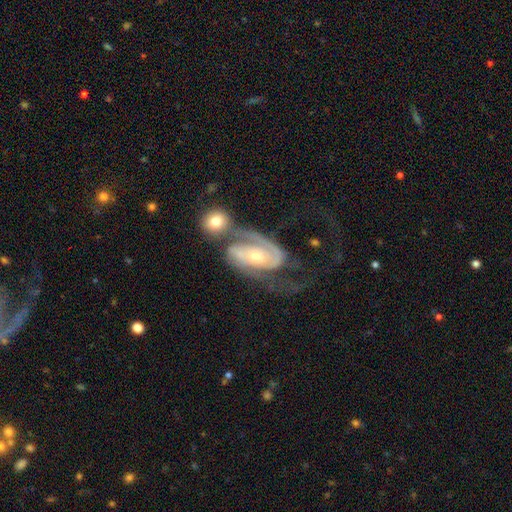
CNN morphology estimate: smooth_or_featured: featured or disk (p=0.86) [alt: smooth p=0.08]
disk_edge_on: no (p=0.96) [alt: yes p=0.04]
bar: no (p=0.47) [alt: weak p=0.35]
has_spiral_arms: yes (p=0.95) [alt: no p=0.05]
spiral_winding: medium (p=0.42) [alt: tight p=0.39]
spiral_arm_count: 2 (p=0.69) [alt: 1 p=0.12]
bulge_size: moderate (p=0.52) [alt: small p=0.42]
merging: merger (p=0.35) [alt: major disturbance p=0.26]